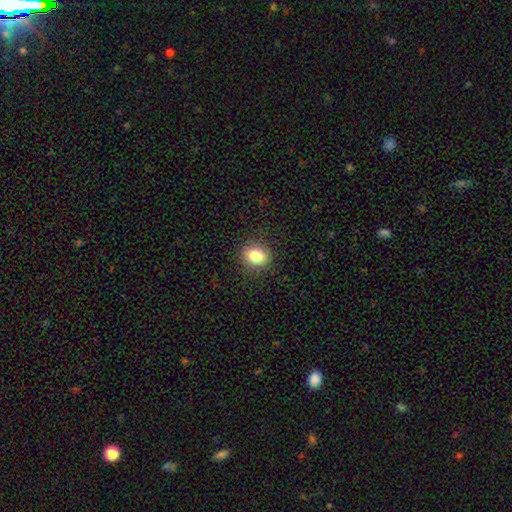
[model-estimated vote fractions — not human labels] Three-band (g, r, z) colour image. It shows a smooth galaxy with no disk features (84%) that is round (54%). Merging: none (87%).